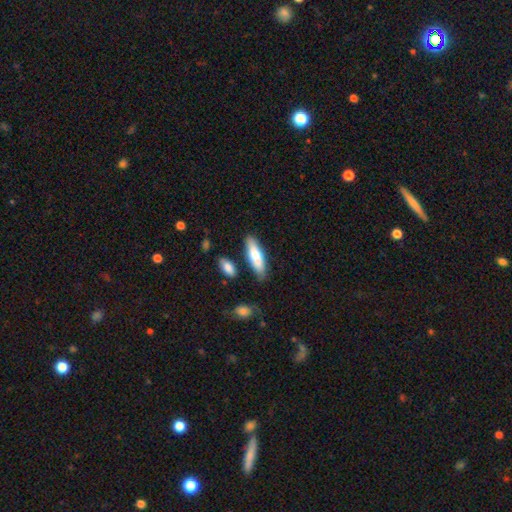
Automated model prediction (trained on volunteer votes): Smooth or featured: smooth — 66% (featured or disk — 28%)
How rounded: cigar-shaped — 56% (in between — 42%)
Merging: none — 81% (minor disturbance — 12%)